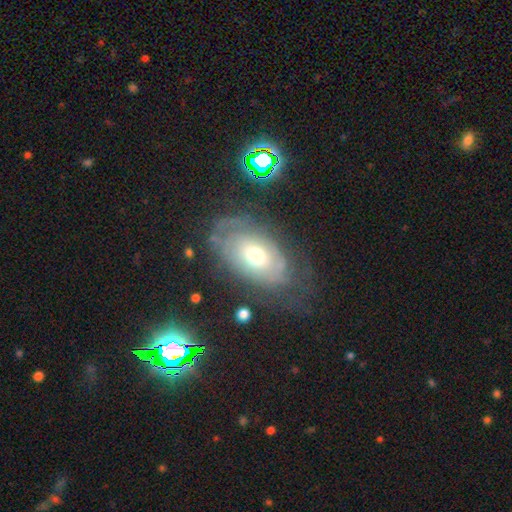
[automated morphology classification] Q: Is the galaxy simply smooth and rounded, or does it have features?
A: featured or disk — 56%.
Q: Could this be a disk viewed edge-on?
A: no — 92%.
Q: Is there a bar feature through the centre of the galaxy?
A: no — 84%.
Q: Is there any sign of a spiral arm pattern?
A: yes — 55%.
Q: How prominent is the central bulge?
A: moderate — 67%.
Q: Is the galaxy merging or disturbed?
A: none — 57%.